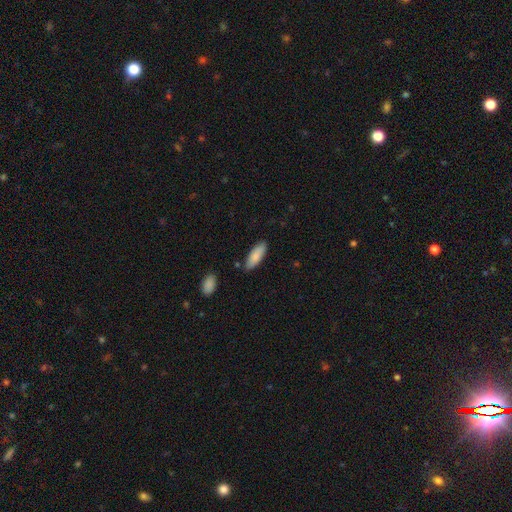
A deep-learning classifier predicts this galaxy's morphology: smooth-or-featured: smooth: 85% | featured or disk: 9% | star or artifact: 6%
  how-rounded: in between: 68% | cigar-shaped: 30% | round: 2%
  merging: none: 82% | minor disturbance: 13% | merger: 3% | major disturbance: 2%